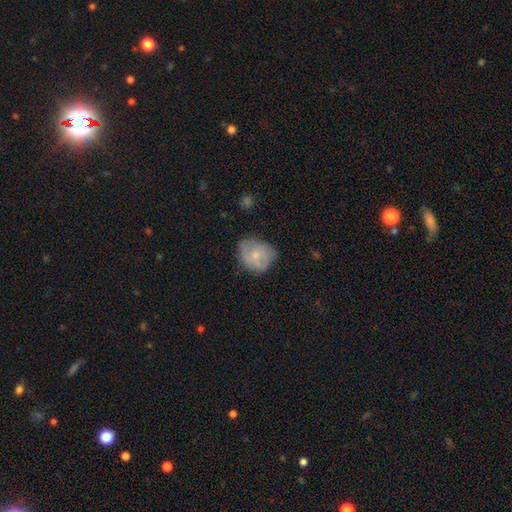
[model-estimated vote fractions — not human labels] Smooth or featured? smooth (53%)
How rounded? round (63%)
Merging? none (62%)